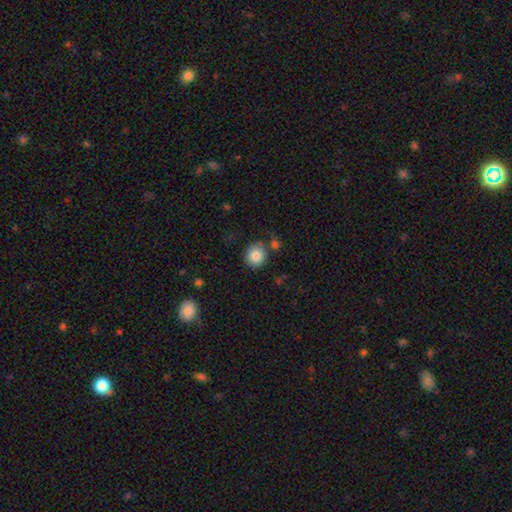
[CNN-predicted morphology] smooth-or-featured: smooth: 83% | star or artifact: 9% | featured or disk: 7%
  how-rounded: round: 87% | in between: 12% | cigar-shaped: 1%
  merging: none: 77% | minor disturbance: 11% | merger: 8% | major disturbance: 3%